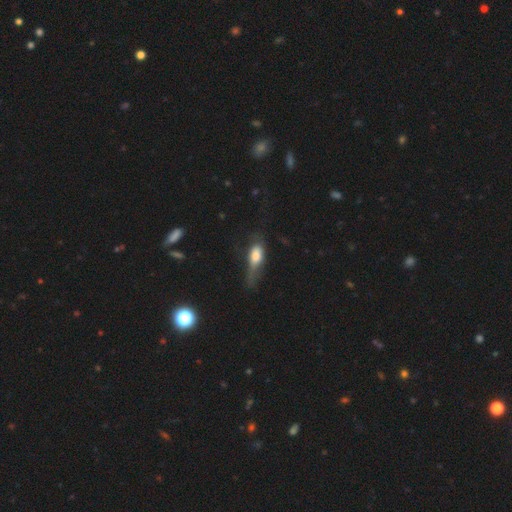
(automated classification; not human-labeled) Smooth or featured: smooth — 70% (featured or disk — 22%)
How rounded: in between — 72% (cigar-shaped — 21%)
Merging: major disturbance — 37% (minor disturbance — 32%)